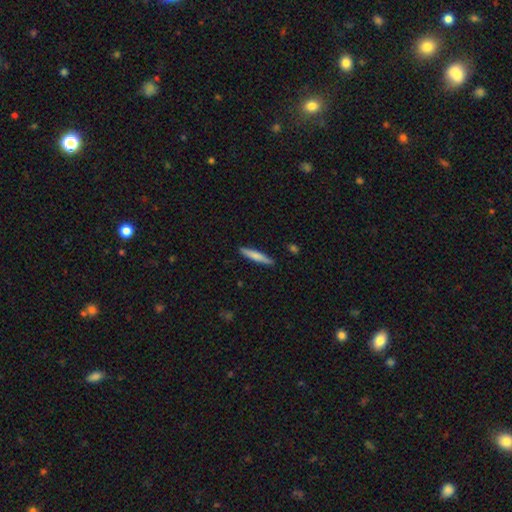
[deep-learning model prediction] Smooth or featured? smooth (70%)
How rounded? cigar-shaped (92%)
Merging? none (89%)